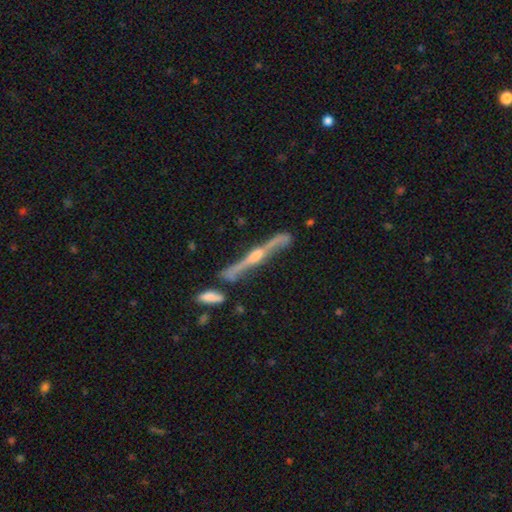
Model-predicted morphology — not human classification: A featured or disk galaxy (83%) viewed edge-on (92%) with a rounded central bulge (85%).

Vote fractions:
- Smooth or featured? featured or disk: 83% / smooth: 11% / star or artifact: 6%
- Edge-on disk? yes: 92% / no: 8%
- Edge-on bulge? rounded: 85% / boxy: 8% / none: 6%
- Merging? none: 62% / minor disturbance: 19% / merger: 11% / major disturbance: 8%